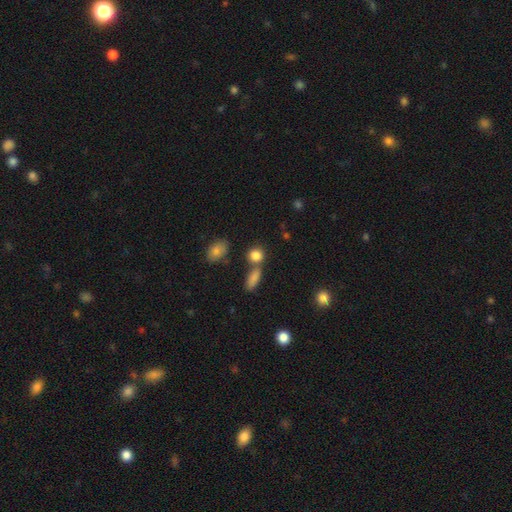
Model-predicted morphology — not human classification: smooth-or-featured: smooth: 84% | star or artifact: 10% | featured or disk: 6%
  how-rounded: round: 66% | in between: 30% | cigar-shaped: 4%
  merging: none: 60% | merger: 25% | minor disturbance: 10% | major disturbance: 4%